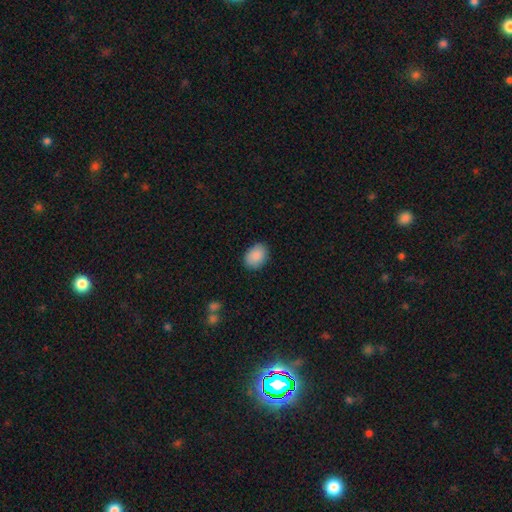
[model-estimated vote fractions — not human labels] A smooth galaxy with no disk features (89%) that is in between round and cigar-shaped (74%).

Vote fractions:
- Smooth or featured? smooth: 89% / star or artifact: 7% / featured or disk: 4%
- How rounded? in between: 74% / round: 25% / cigar-shaped: 1%
- Merging? none: 87% / minor disturbance: 10% / major disturbance: 2% / merger: 1%